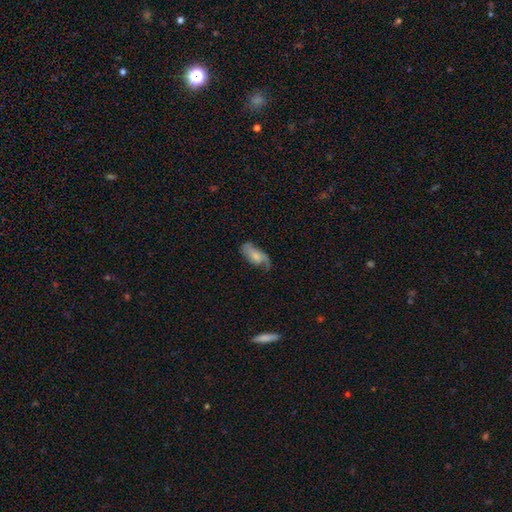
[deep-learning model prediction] smooth_or_featured: featured or disk (p=0.52) [alt: smooth p=0.41]
disk_edge_on: no (p=0.92) [alt: yes p=0.08]
merging: none (p=0.47) [alt: minor disturbance p=0.29]